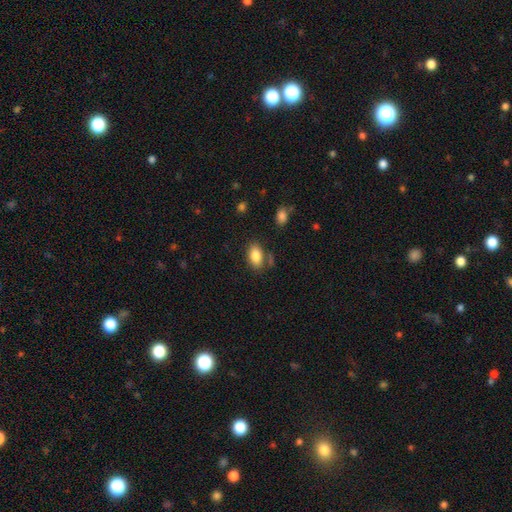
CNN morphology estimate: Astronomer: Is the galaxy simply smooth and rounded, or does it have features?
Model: smooth — 85%.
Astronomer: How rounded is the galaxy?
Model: in between — 92%.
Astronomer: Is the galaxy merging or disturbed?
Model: none — 73%.